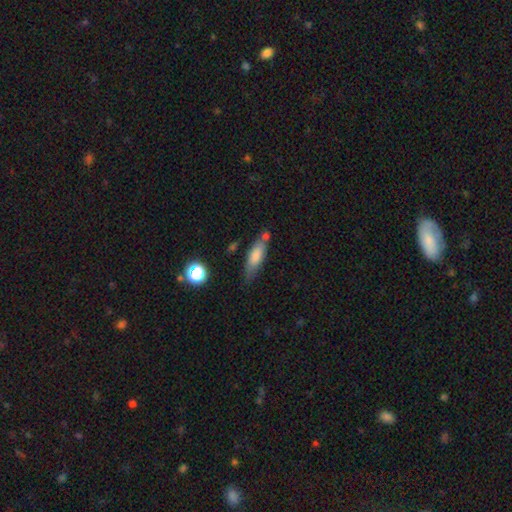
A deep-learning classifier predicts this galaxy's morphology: A smooth galaxy with no disk features (73%) that is in between round and cigar-shaped (51%).

Vote fractions:
- Smooth or featured? smooth: 73% / featured or disk: 19% / star or artifact: 8%
- How rounded? in between: 51% / cigar-shaped: 47% / round: 2%
- Merging? none: 58% / minor disturbance: 22% / merger: 13% / major disturbance: 6%